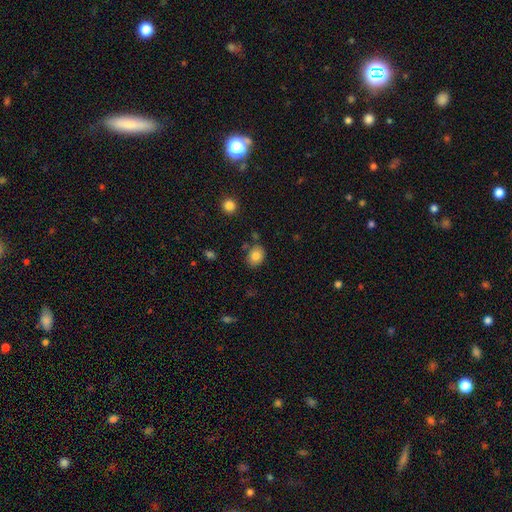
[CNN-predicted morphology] Smooth or featured? smooth (82%)
How rounded? in between (52%)
Merging? none (77%)